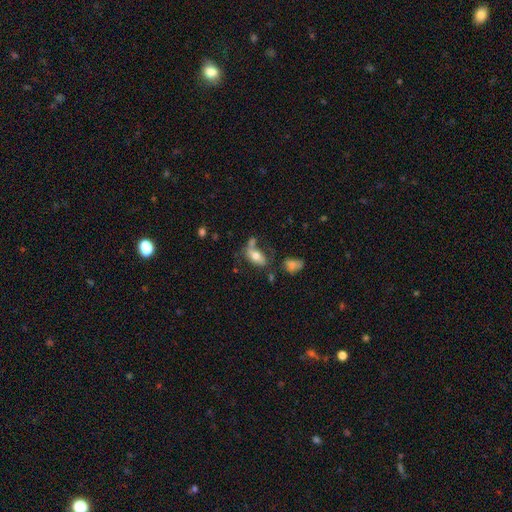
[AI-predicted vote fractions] Q: Smooth or featured?
A: smooth (67%); runner-up: featured or disk (24%)
Q: How rounded?
A: in between (87%); runner-up: cigar-shaped (7%)
Q: Merging?
A: none (45%); runner-up: merger (24%)